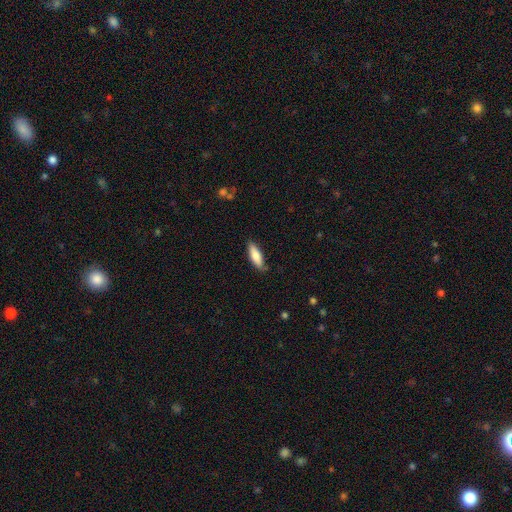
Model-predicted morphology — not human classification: smooth 81%, featured or disk 13%, star or artifact 6%. Down the decision tree: how rounded — in between (53%); merging — none (81%).